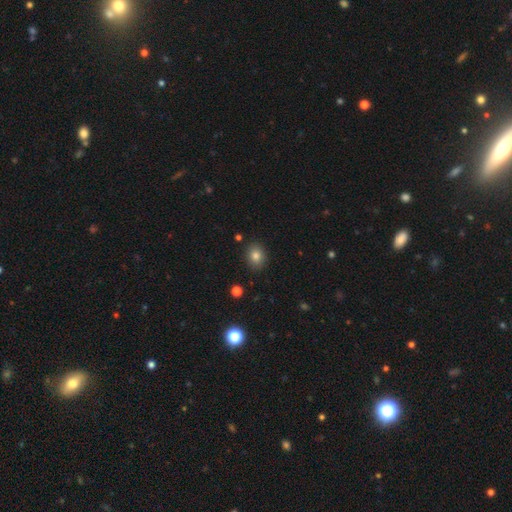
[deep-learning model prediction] Q: Smooth or featured?
A: smooth (82%); runner-up: star or artifact (11%)
Q: How rounded?
A: round (51%); runner-up: in between (48%)
Q: Merging?
A: none (88%); runner-up: minor disturbance (8%)